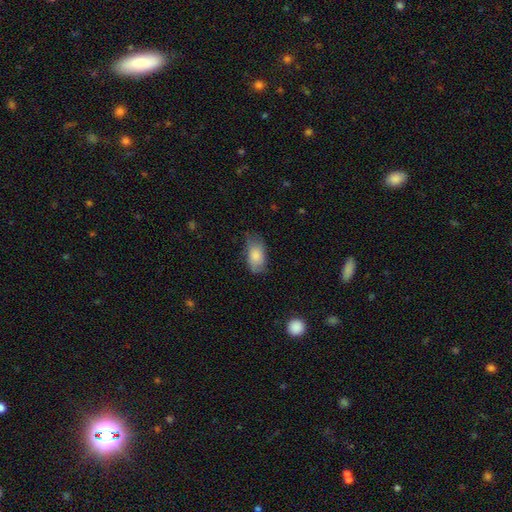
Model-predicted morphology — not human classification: Smooth or featured? smooth (77%)
How rounded? in between (92%)
Merging? none (59%)